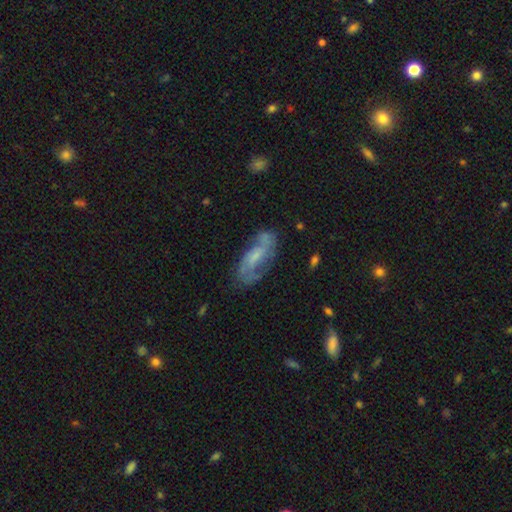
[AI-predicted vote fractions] Overall: featured or disk (70%). Edge-on disk: no (91%). Bar: no (45%; weak 42%). Spiral arms: yes (87%). Spiral arm count: 2 (76%). Spiral winding: medium (47%; loose 29%). Bulge size: small (44%; moderate 32%). Merging: none (67%).